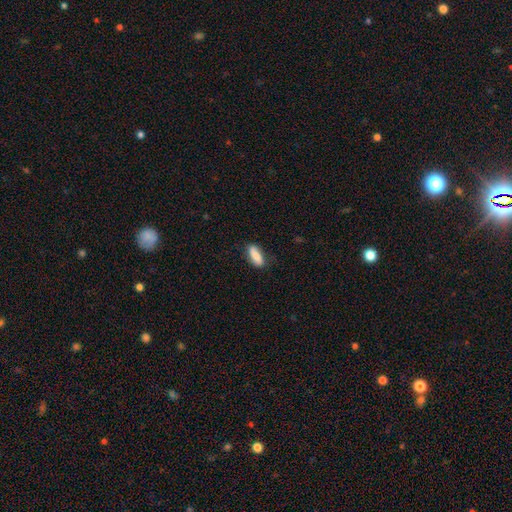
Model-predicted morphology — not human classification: type=smooth (82%); roundness=in between (66%); merging=none (74%).